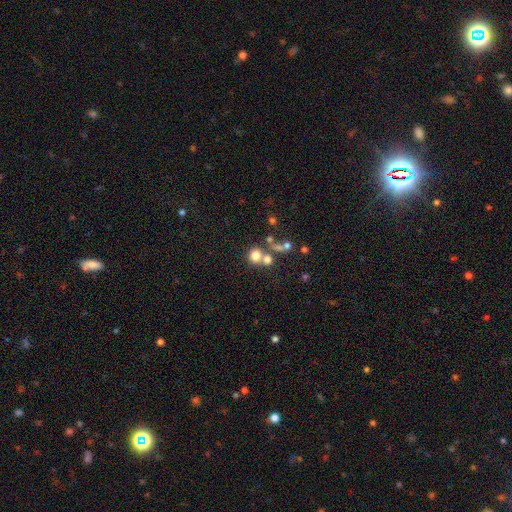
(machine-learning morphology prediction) smooth-or-featured: smooth: 73% | star or artifact: 15% | featured or disk: 12%
  how-rounded: round: 81% | in between: 18% | cigar-shaped: 1%
  merging: none: 49% | merger: 36% | minor disturbance: 8% | major disturbance: 6%